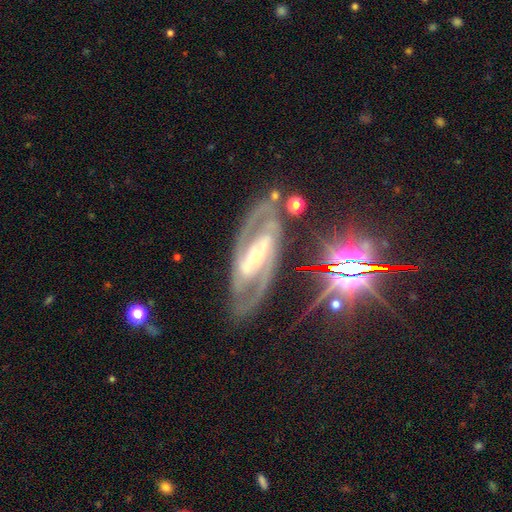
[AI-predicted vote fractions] This appears to be a featured or disk galaxy (87%) with a strong bar (62%), 2 (89%) medium (49%) spiral arms (96%) and a small central bulge (63%). Merging: none (79%).